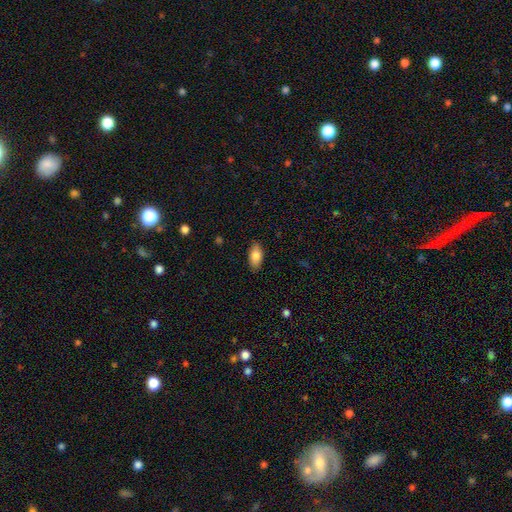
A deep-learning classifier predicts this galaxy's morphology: Smooth or featured? smooth (85%)
How rounded? in between (91%)
Merging? none (88%)